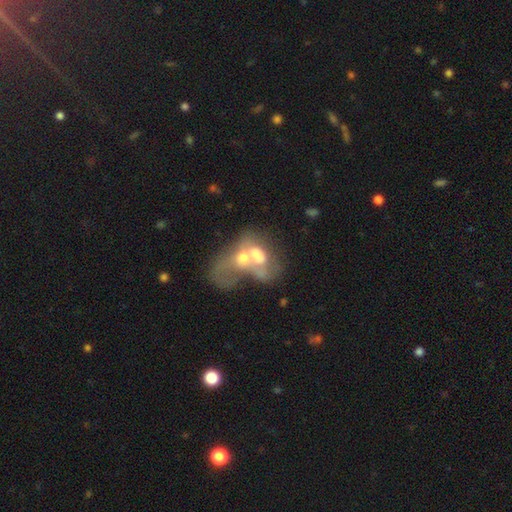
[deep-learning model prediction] A featured or disk galaxy (46%). Merging: merger (75%).